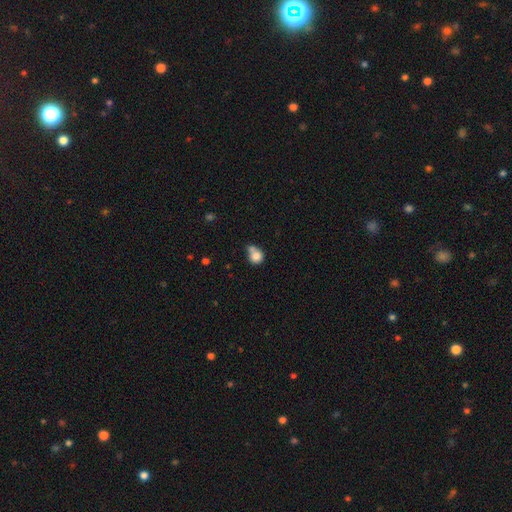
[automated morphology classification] Overall: smooth (81%). How rounded: round (75%). Merging: merger (43%; none 35%).